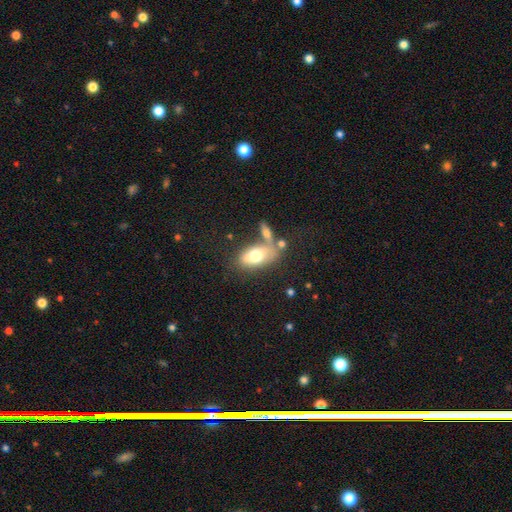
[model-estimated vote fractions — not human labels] smooth-or-featured: smooth: 69% | featured or disk: 24% | star or artifact: 7%
  how-rounded: in between: 89% | cigar-shaped: 6% | round: 5%
  merging: none: 46% | merger: 28% | minor disturbance: 17% | major disturbance: 9%